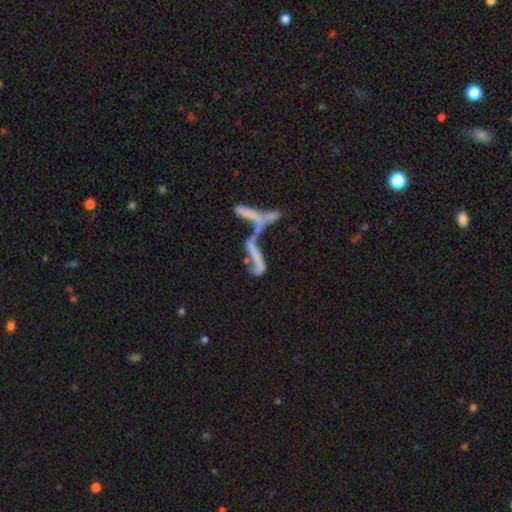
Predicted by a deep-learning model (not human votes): A featured or disk galaxy (53%).

Vote fractions:
- Smooth or featured? featured or disk: 53% / smooth: 31% / star or artifact: 16%
- Edge-on disk? no: 76% / yes: 24%
- Merging? merger: 64% / major disturbance: 17% / none: 12% / minor disturbance: 7%